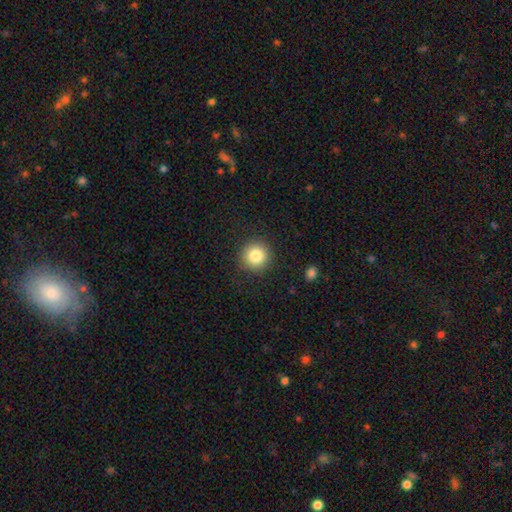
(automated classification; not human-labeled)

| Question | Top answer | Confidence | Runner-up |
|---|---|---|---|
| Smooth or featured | smooth | 84% | star or artifact (10%) |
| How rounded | round | 94% | in between (5%) |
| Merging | none | 90% | minor disturbance (6%) |